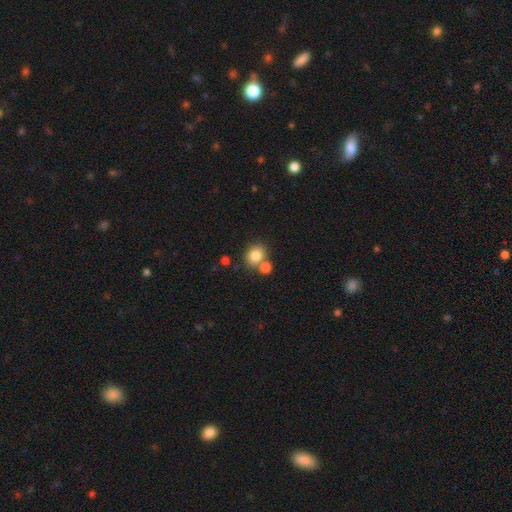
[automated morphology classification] The model was most divided on "merging": none: 60%, merger: 28%, minor disturbance: 9%, major disturbance: 3%. More confident: smooth or featured — smooth (82%); how rounded — round (74%).